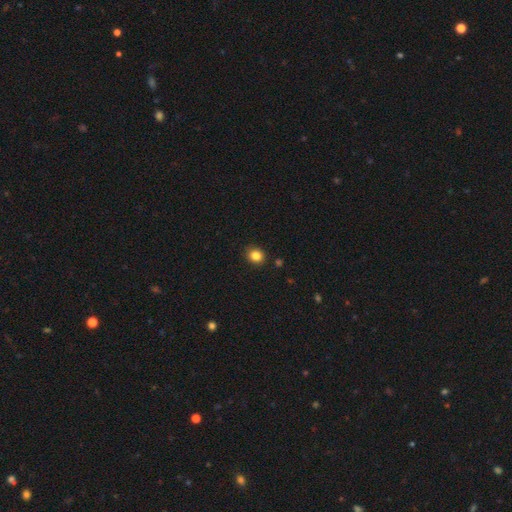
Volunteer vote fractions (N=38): Volunteers were most divided on "how rounded": round: 74%, in between: 26%, cigar-shaped: 0%. More confident: smooth or featured — smooth (92%); merging — none (89%).